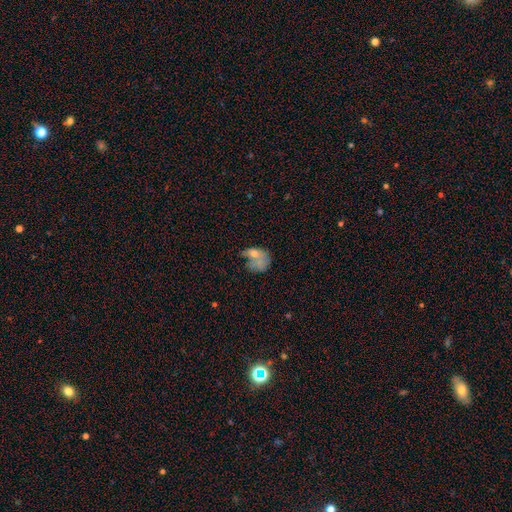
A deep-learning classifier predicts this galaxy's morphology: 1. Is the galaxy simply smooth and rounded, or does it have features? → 63% smooth, 28% featured or disk, 10% star or artifact.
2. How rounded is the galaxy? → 57% in between, 42% round, 2% cigar-shaped.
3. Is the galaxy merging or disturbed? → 35% major disturbance, 24% none, 23% minor disturbance, 19% merger.